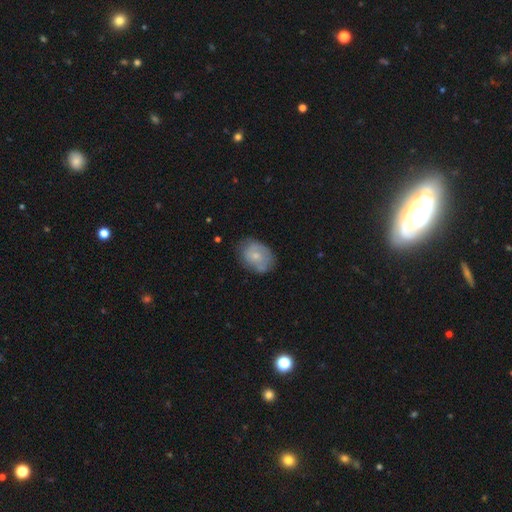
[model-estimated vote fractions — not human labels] A smooth galaxy with no disk features (57%) that is in between round and cigar-shaped (64%). Merging: none (64%).